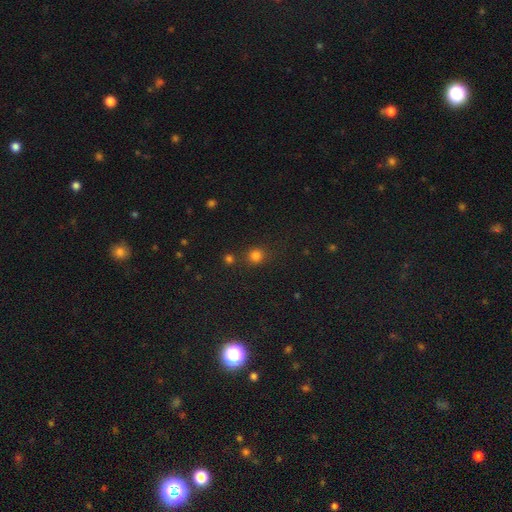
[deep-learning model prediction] Smooth or featured? smooth (79%)
How rounded? round (88%)
Merging? none (78%)